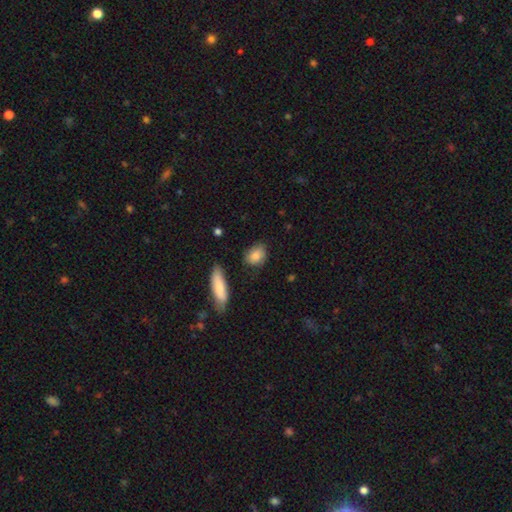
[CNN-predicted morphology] A smooth galaxy with no disk features (86%) that is in between round and cigar-shaped (69%).

Vote fractions:
- Smooth or featured? smooth: 86% / featured or disk: 8% / star or artifact: 7%
- How rounded? in between: 69% / round: 28% / cigar-shaped: 3%
- Merging? none: 75% / minor disturbance: 18% / major disturbance: 4% / merger: 3%